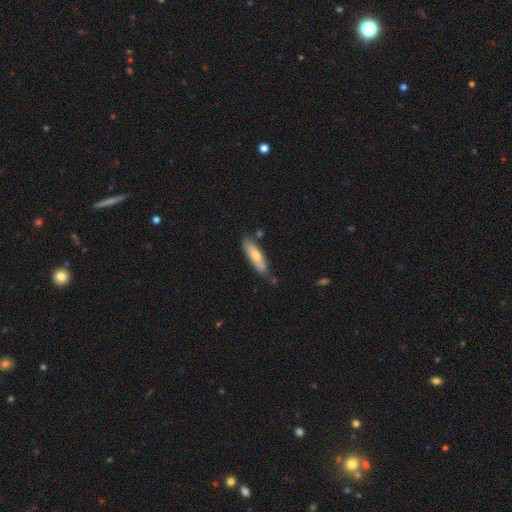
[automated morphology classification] Q: Smooth or featured?
A: smooth (66%); runner-up: featured or disk (29%)
Q: How rounded?
A: cigar-shaped (63%); runner-up: in between (35%)
Q: Merging?
A: none (68%); runner-up: minor disturbance (22%)